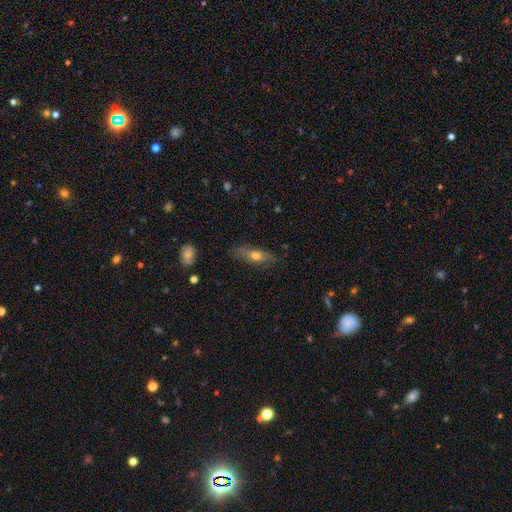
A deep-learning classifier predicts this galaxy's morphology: This is possibly a smooth galaxy (58%). How rounded: likely in between (63%). Merging: likely none (65%).